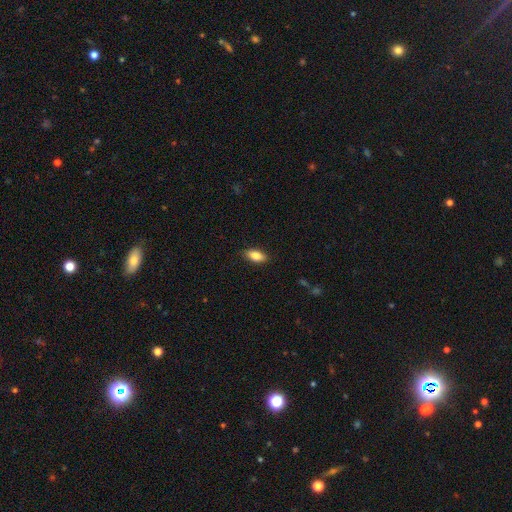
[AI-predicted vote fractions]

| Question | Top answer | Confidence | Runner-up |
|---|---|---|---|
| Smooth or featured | smooth | 84% | featured or disk (9%) |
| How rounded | in between | 87% | cigar-shaped (10%) |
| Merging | none | 87% | minor disturbance (10%) |